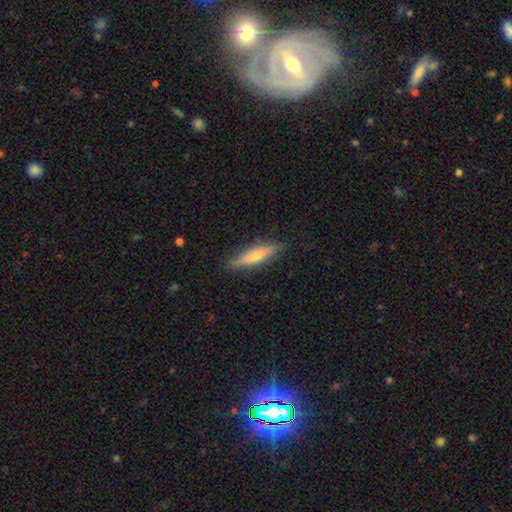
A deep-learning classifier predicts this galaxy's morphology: smooth 52%, featured or disk 41%, star or artifact 6%. Down the decision tree: how rounded — cigar-shaped (82%); merging — none (86%).